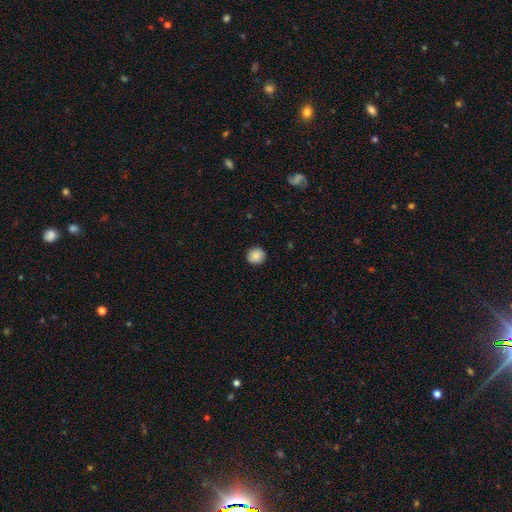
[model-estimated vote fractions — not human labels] smooth 87%, star or artifact 8%, featured or disk 5%. Down the decision tree: how rounded — round (91%); merging — none (90%).